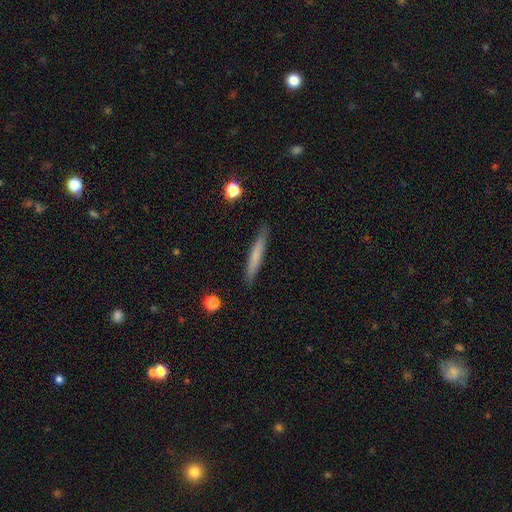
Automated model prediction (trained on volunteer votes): smooth 70%, featured or disk 24%, star or artifact 7%. Down the decision tree: how rounded — cigar-shaped (95%); merging — none (89%).